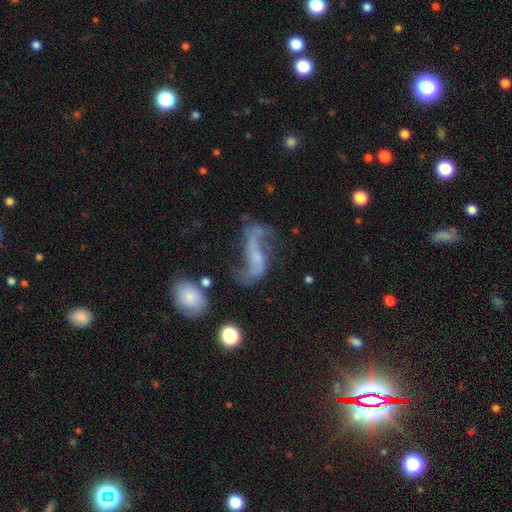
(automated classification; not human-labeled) This is clearly a featured or disk galaxy (81%). It is clearly not viewed edge-on (94%). Bar: marginally no (43%). Spiral arm pattern: clearly yes (92%). Spiral arm count: clearly 2 (90%). Spiral winding: clearly loose (87%). Central bulge: possibly small (54%). Merging: possibly none (53%).